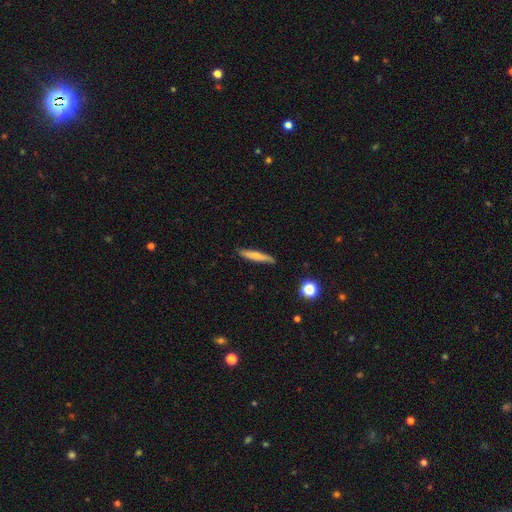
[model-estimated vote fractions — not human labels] A smooth galaxy with no disk features (67%) that is cigar-shaped (91%). Merging: none (85%).